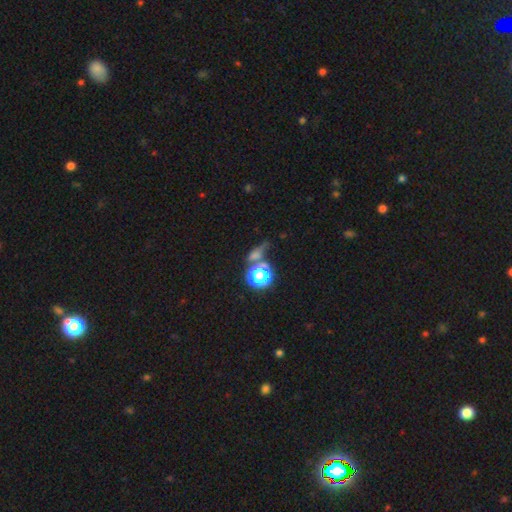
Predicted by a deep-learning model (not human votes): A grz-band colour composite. It shows a smooth galaxy with no disk features (54%) that is round (52%). Merging: none (50%).